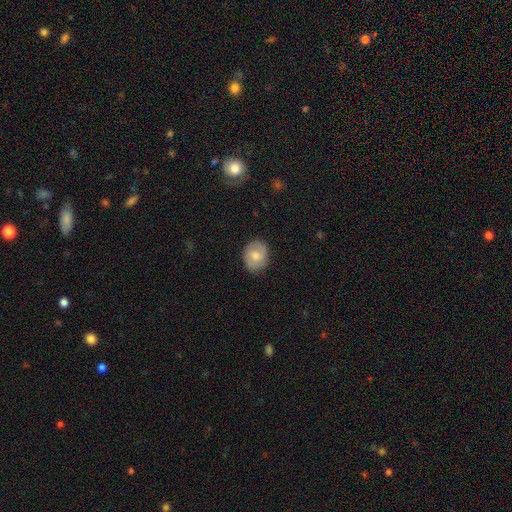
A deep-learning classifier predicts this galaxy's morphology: Smooth or featured? Predicted: smooth (p=0.62). How rounded? Predicted: round (p=0.53). Merging? Predicted: none (p=0.83).